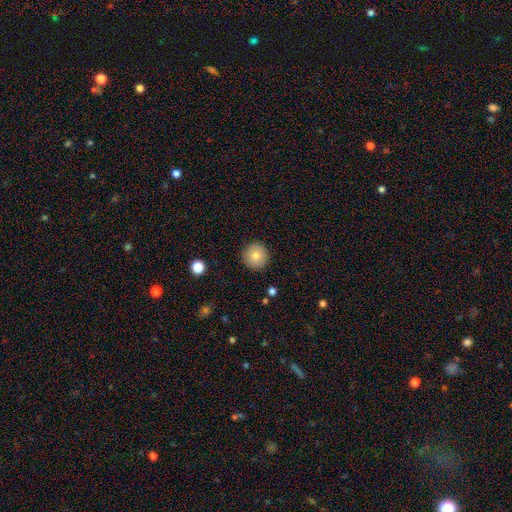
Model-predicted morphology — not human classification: Overall: smooth (81%). How rounded: round (95%). Merging: none (92%).